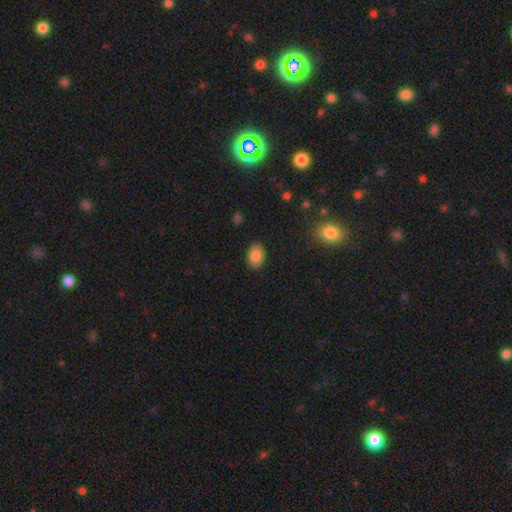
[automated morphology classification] The model was most divided on "how rounded": in between: 81%, round: 18%, cigar-shaped: 1%. More confident: merging — none (86%); smooth or featured — smooth (85%).